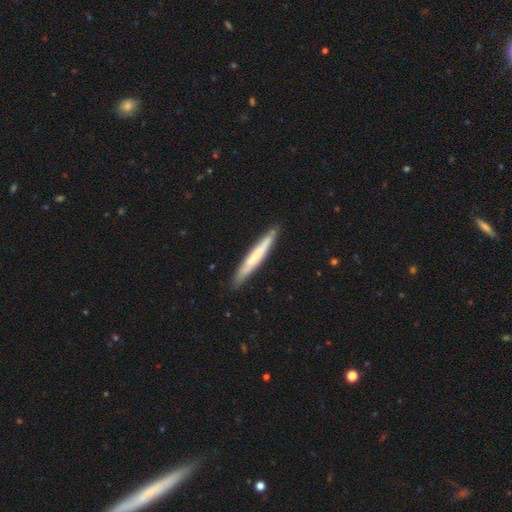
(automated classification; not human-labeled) This is possibly a smooth galaxy (56%). How rounded: clearly cigar-shaped (96%). Merging: clearly none (88%).